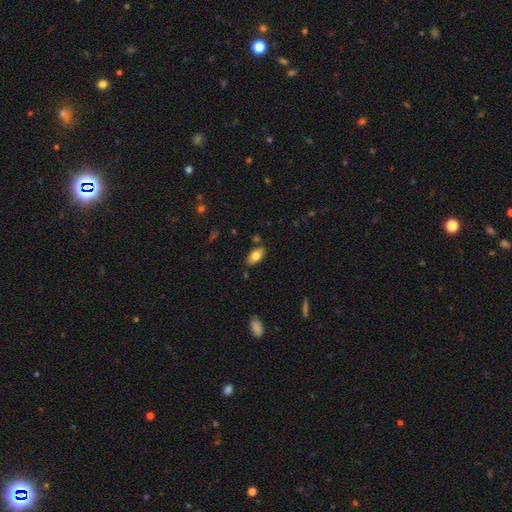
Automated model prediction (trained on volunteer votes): This is likely a smooth galaxy (79%). How rounded: clearly in between (92%). Merging: clearly none (81%).